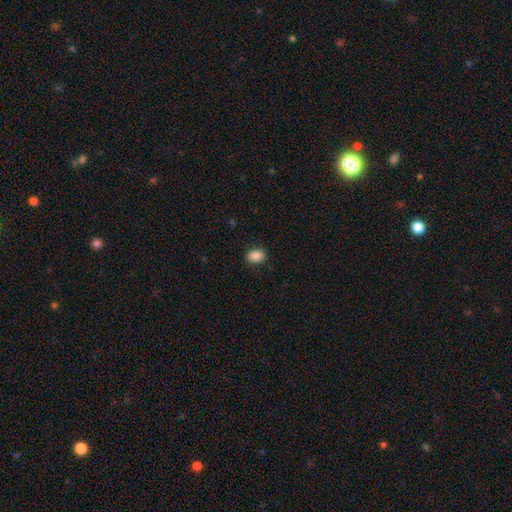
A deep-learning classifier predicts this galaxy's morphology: smooth-or-featured: smooth: 86% | star or artifact: 9% | featured or disk: 6%
  how-rounded: in between: 67% | round: 32% | cigar-shaped: 1%
  merging: none: 88% | minor disturbance: 9% | major disturbance: 2% | merger: 1%